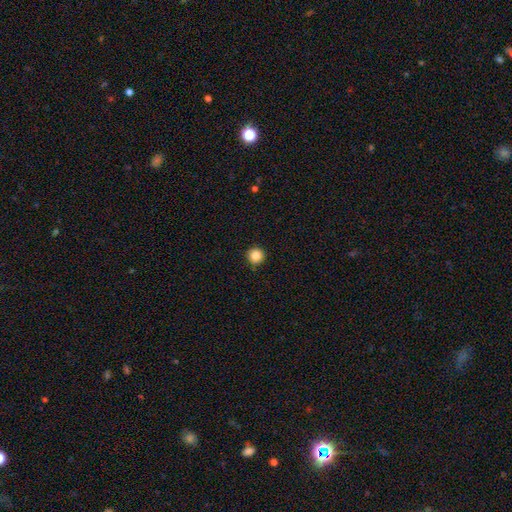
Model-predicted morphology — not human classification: Smooth or featured? Predicted: smooth (p=0.86). How rounded? Predicted: round (p=0.96). Merging? Predicted: none (p=0.90).